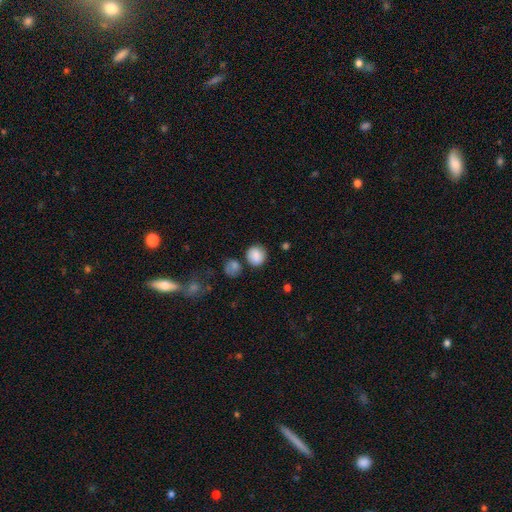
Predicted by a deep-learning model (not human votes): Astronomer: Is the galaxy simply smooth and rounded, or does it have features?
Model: smooth — 85%.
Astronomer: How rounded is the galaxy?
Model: round — 83%.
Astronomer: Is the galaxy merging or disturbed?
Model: none — 77%.